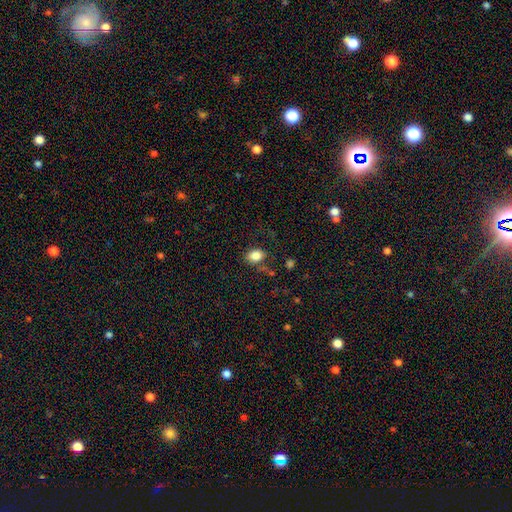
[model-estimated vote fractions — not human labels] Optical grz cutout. It shows a smooth galaxy with no disk features (83%) that is in between round and cigar-shaped (69%). Merging: none (68%).